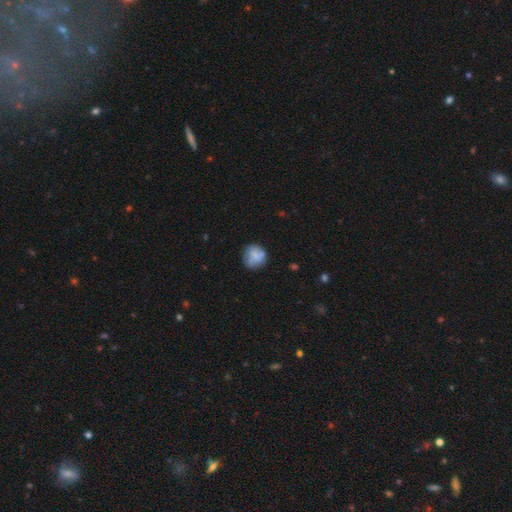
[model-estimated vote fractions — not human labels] Smooth or featured? Predicted: smooth (p=0.65). How rounded? Predicted: round (p=0.84). Merging? Predicted: none (p=0.65).